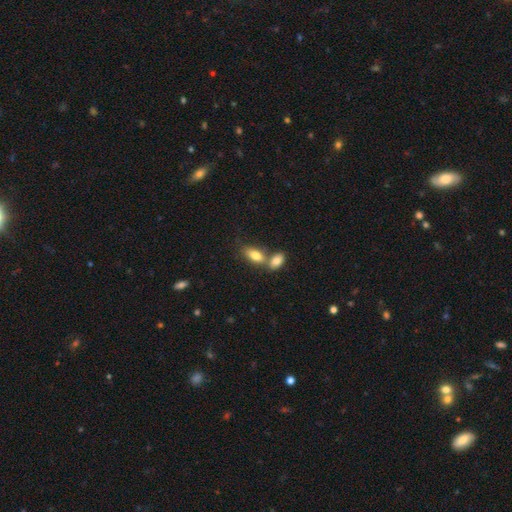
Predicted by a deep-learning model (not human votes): smooth-or-featured: smooth: 81% | featured or disk: 12% | star or artifact: 7%
  how-rounded: in between: 87% | cigar-shaped: 8% | round: 5%
  merging: merger: 50% | none: 39% | minor disturbance: 9% | major disturbance: 3%